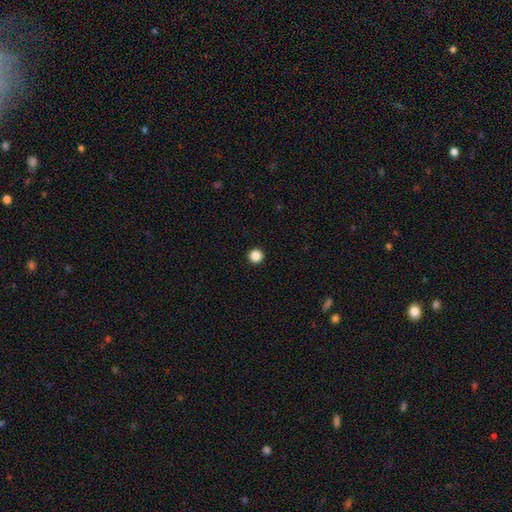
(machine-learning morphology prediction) Smooth or featured?
  - smooth: 86% *
  - star or artifact: 11%
  - featured or disk: 3%
How rounded?
  - round: 96% *
  - in between: 3%
  - cigar-shaped: 1%
Merging?
  - none: 94% *
  - minor disturbance: 3%
  - major disturbance: 1%
  - merger: 1%